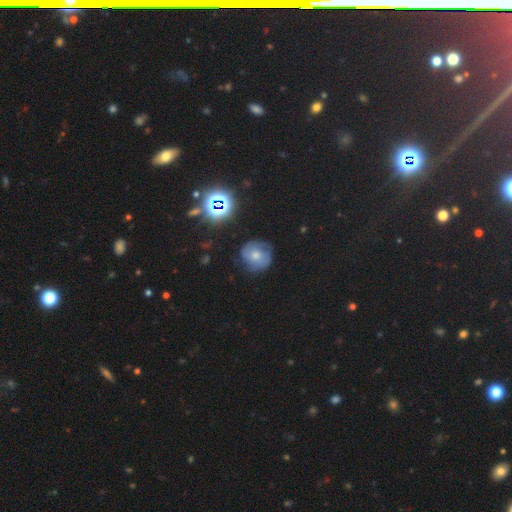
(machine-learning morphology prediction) A featured or disk galaxy (48%).

Vote fractions:
- Smooth or featured? featured or disk: 48% / smooth: 37% / star or artifact: 15%
- Merging? none: 65% / minor disturbance: 24% / major disturbance: 9% / merger: 2%